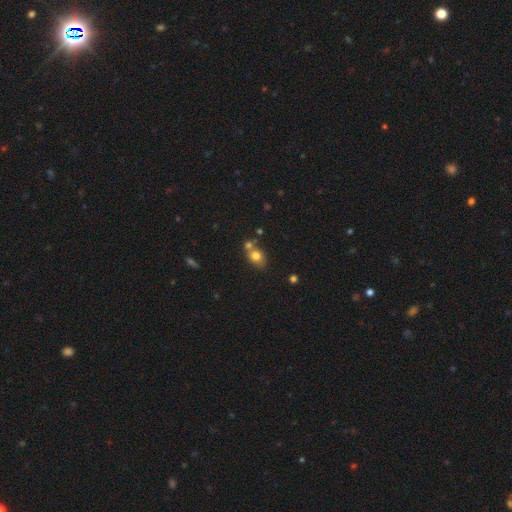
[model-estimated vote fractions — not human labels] Smooth or featured? Predicted: smooth (p=0.77). How rounded? Predicted: in between (p=0.53). Merging? Predicted: none (p=0.52).